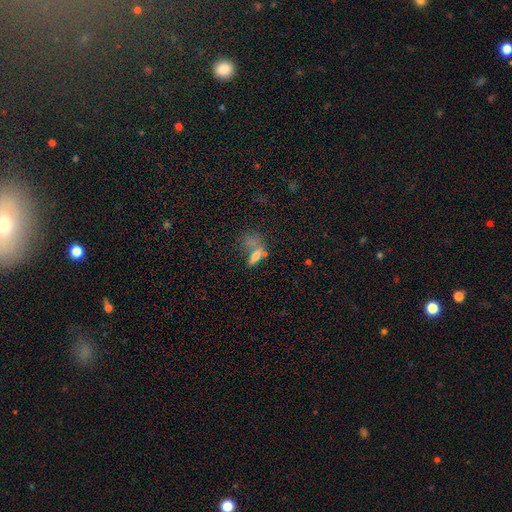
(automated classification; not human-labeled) smooth-or-featured: smooth: 61% | featured or disk: 23% | star or artifact: 16%
  how-rounded: in between: 51% | cigar-shaped: 38% | round: 11%
  merging: none: 35% | merger: 29% | major disturbance: 20% | minor disturbance: 15%